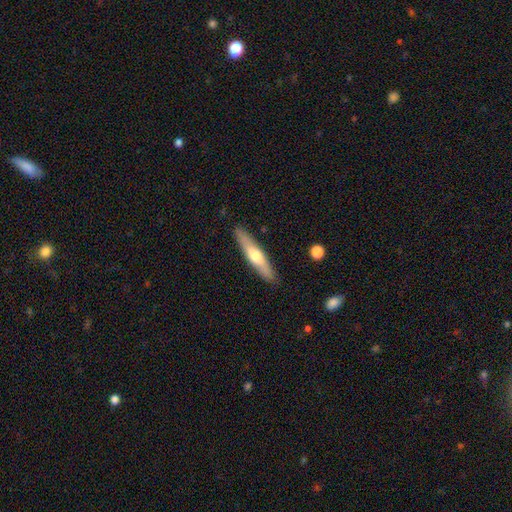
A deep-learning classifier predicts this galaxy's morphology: Overall: smooth (49%; featured or disk 46%). Merging: none (89%).